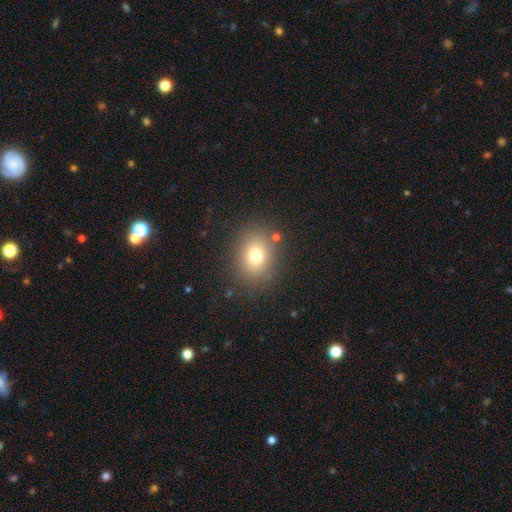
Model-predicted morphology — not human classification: This is likely a smooth galaxy (75%). How rounded: possibly round (52%). Merging: clearly none (84%).